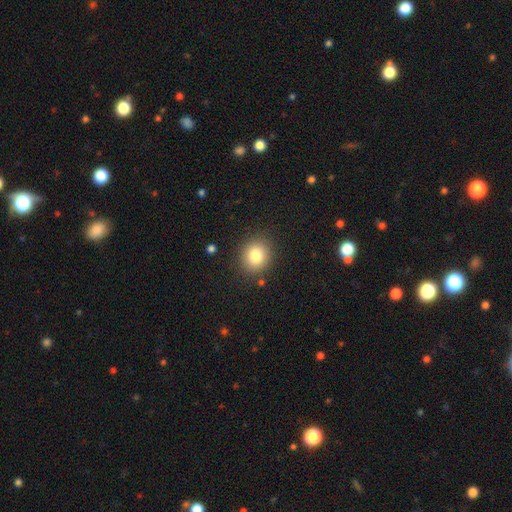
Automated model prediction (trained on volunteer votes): Morphology: type=smooth (81%); roundness=round (82%); merging=none (87%).